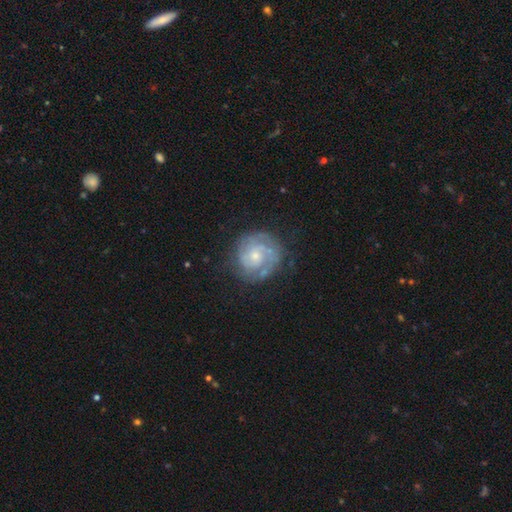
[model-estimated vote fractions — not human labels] Overall: featured or disk (83%). Edge-on disk: no (98%). Bar: no (70%). Spiral arms: yes (95%). Spiral arm count: 2 (45%; can't tell 22%). Spiral winding: tight (67%; medium 27%). Bulge size: small (61%; moderate 33%). Merging: none (75%).